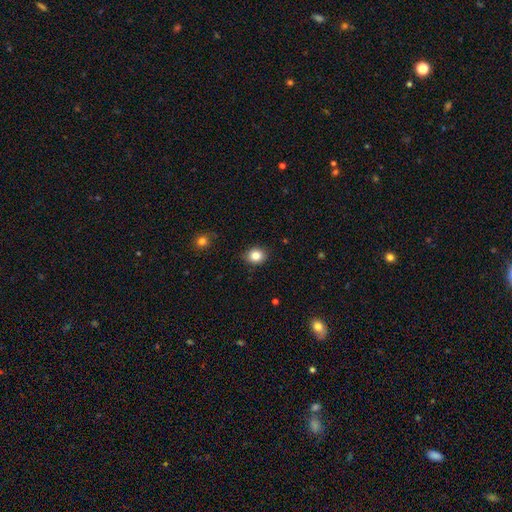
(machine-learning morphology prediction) Overall: smooth (84%). How rounded: round (67%; in between 32%). Merging: none (87%).